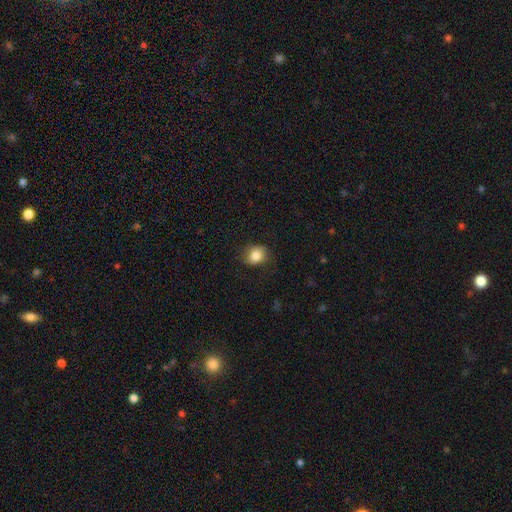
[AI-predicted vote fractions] Morphology: type=smooth (85%); roundness=round (61%); merging=none (77%).